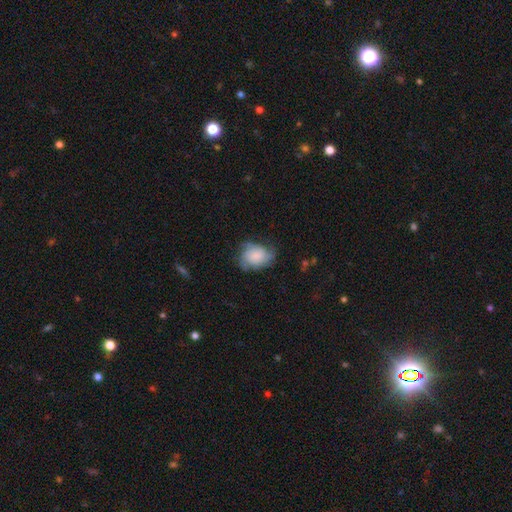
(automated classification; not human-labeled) Smooth or featured? smooth (53%)
How rounded? in between (57%)
Merging? none (56%)